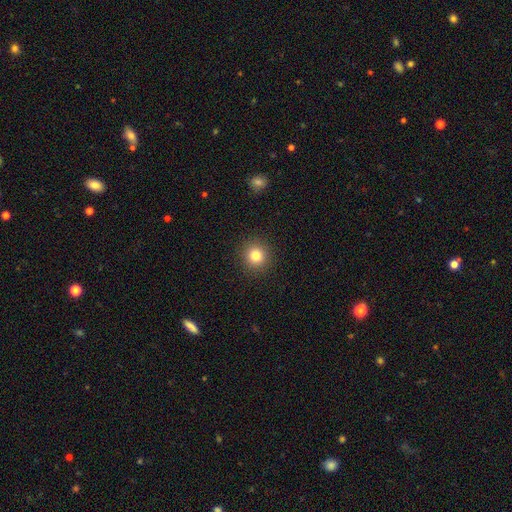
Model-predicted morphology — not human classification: Smooth or featured? smooth (81%)
How rounded? round (93%)
Merging? none (91%)